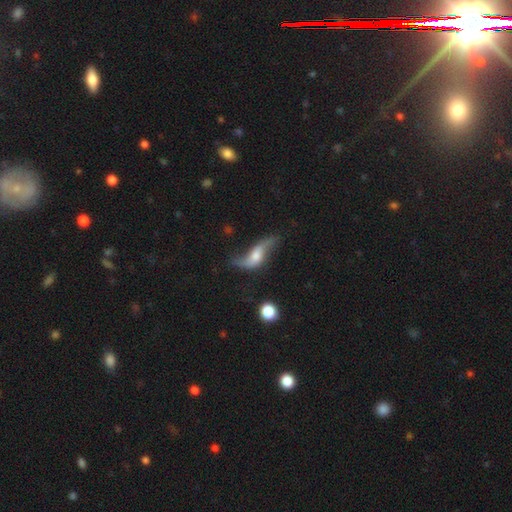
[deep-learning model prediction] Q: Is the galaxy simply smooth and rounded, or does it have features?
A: featured or disk — 75%.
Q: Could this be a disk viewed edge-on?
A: no — 83%.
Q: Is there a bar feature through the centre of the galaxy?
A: no — 57%.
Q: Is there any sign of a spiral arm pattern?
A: yes — 91%.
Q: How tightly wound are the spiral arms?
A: loose — 93%.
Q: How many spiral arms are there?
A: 2 — 91%.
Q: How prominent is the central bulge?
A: moderate — 50%.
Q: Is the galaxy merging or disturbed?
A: none — 53%.